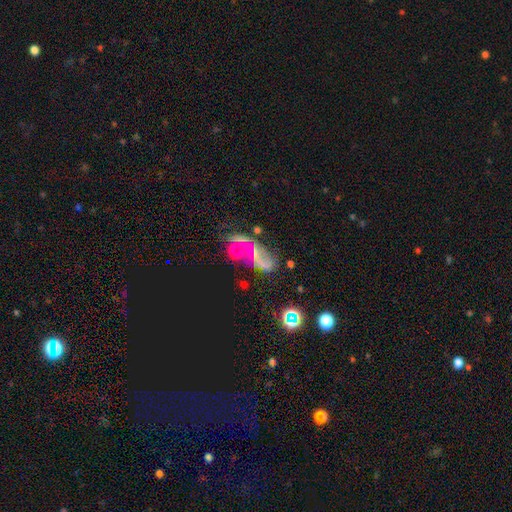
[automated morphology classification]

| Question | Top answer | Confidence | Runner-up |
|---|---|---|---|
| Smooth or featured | featured or disk | 54% | star or artifact (27%) |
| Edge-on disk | no | 92% | yes (8%) |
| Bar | no | 55% | weak (29%) |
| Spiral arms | yes | 60% | no (40%) |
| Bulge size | small | 49% | none (23%) |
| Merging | none | 31% | merger (29%) |